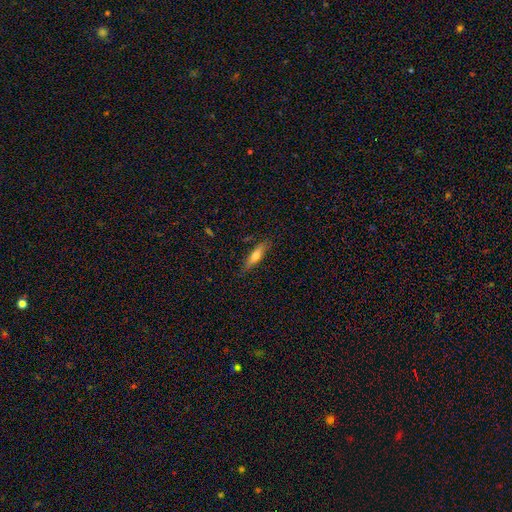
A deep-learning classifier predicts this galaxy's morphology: Q: Smooth or featured?
A: smooth (59%); runner-up: featured or disk (35%)
Q: How rounded?
A: cigar-shaped (71%); runner-up: in between (27%)
Q: Merging?
A: none (83%); runner-up: minor disturbance (13%)